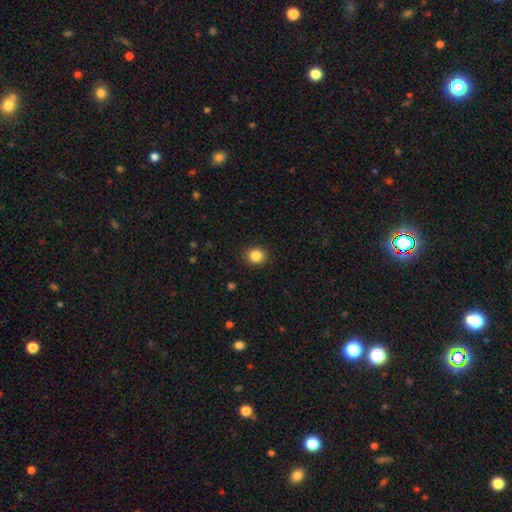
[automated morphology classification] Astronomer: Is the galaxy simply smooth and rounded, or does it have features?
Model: smooth — 86%.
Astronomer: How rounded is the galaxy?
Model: round — 83%.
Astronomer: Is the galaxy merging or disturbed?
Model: none — 91%.